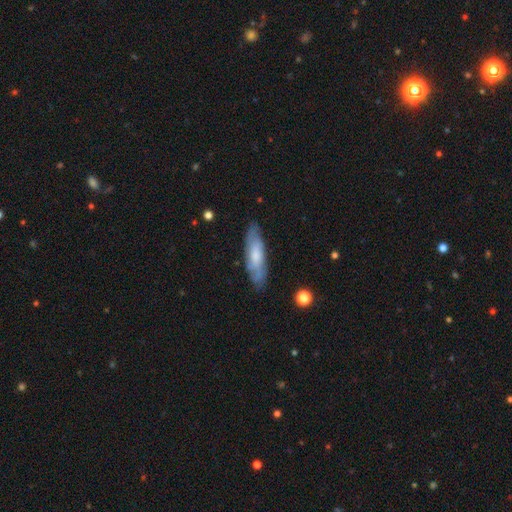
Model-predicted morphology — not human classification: Smooth or featured? Predicted: featured or disk (p=0.50). Merging? Predicted: none (p=0.78).